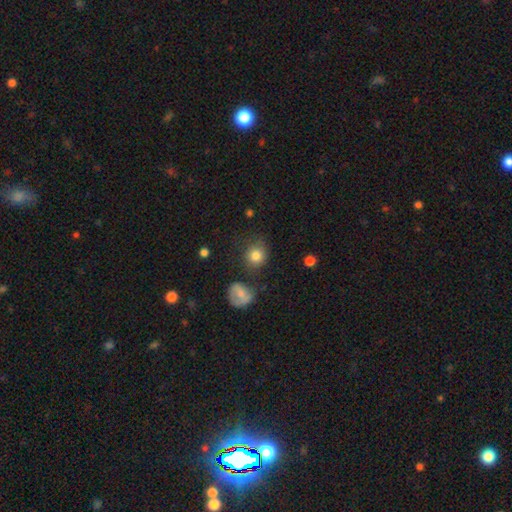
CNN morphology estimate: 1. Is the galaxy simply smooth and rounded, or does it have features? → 81% smooth, 11% star or artifact, 8% featured or disk.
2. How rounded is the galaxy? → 84% round, 15% in between, 1% cigar-shaped.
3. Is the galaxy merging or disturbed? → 73% none, 15% minor disturbance, 6% merger, 6% major disturbance.